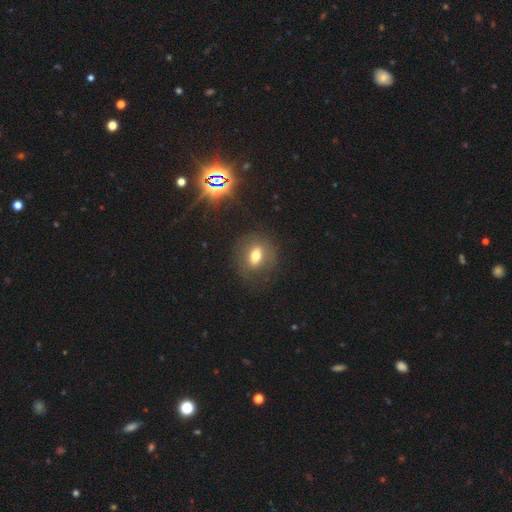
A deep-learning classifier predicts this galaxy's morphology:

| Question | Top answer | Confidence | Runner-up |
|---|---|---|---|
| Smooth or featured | smooth | 63% | featured or disk (23%) |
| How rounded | in between | 55% | round (42%) |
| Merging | none | 81% | minor disturbance (12%) |